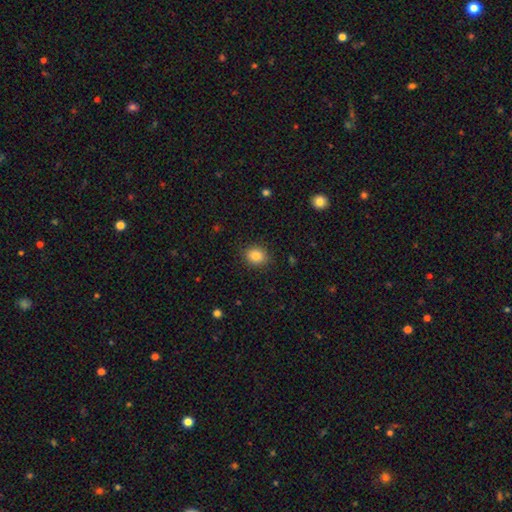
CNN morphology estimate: The model was most divided on "how rounded": round: 55%, in between: 44%, cigar-shaped: 1%. More confident: merging — none (88%); smooth or featured — smooth (84%).